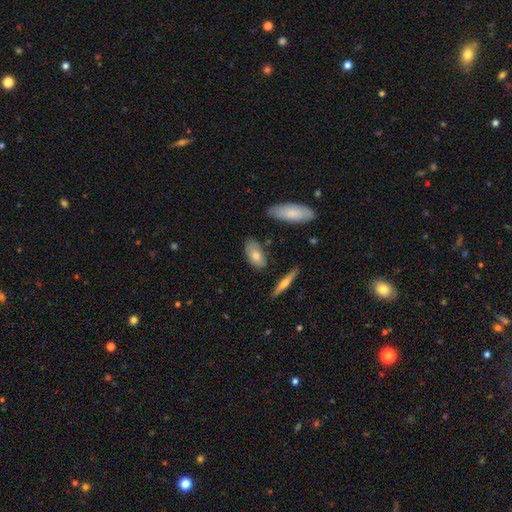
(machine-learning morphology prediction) type=smooth (71%); roundness=in between (84%); merging=none (72%).